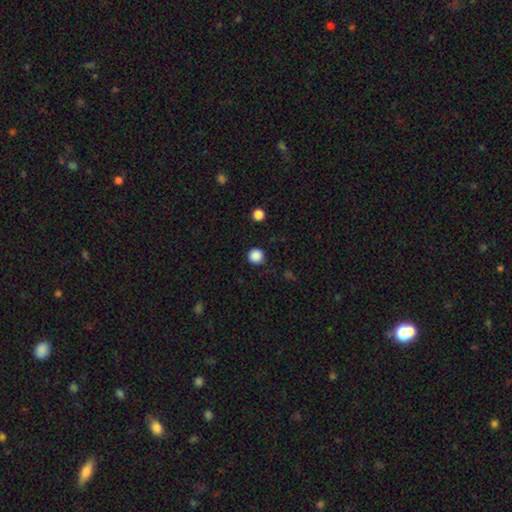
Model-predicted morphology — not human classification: A smooth galaxy with no disk features (87%) that is round (95%).

Vote fractions:
- Smooth or featured? smooth: 87% / star or artifact: 11% / featured or disk: 2%
- How rounded? round: 95% / in between: 4% / cigar-shaped: 1%
- Merging? none: 89% / minor disturbance: 7% / major disturbance: 2% / merger: 1%